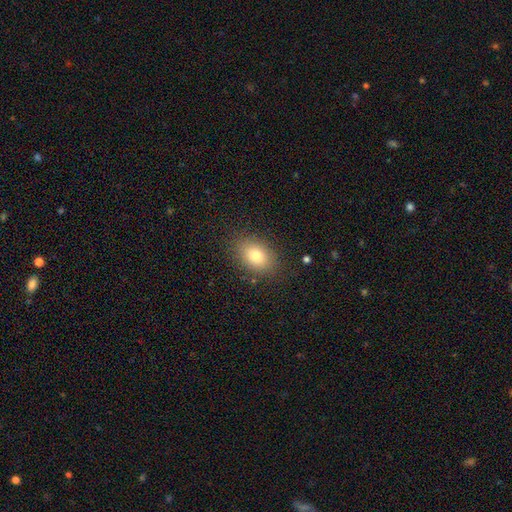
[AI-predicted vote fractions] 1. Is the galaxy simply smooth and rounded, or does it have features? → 80% smooth, 10% featured or disk, 10% star or artifact.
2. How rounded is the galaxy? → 80% in between, 19% round, 1% cigar-shaped.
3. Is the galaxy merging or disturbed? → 85% none, 10% minor disturbance, 3% major disturbance, 1% merger.